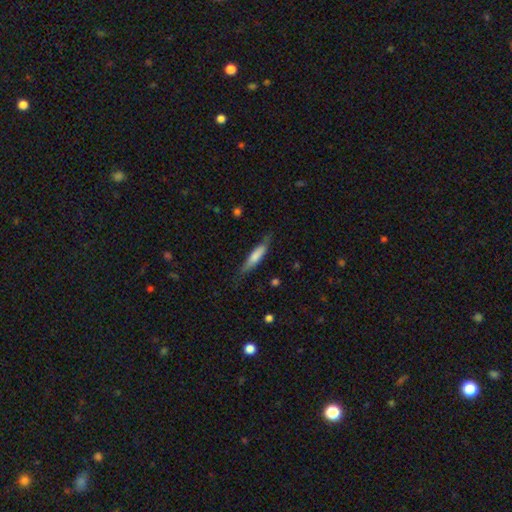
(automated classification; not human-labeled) A smooth galaxy with no disk features (64%) that is cigar-shaped (79%).

Vote fractions:
- Smooth or featured? smooth: 64% / featured or disk: 30% / star or artifact: 6%
- How rounded? cigar-shaped: 79% / in between: 19% / round: 2%
- Merging? none: 70% / minor disturbance: 22% / major disturbance: 6% / merger: 2%